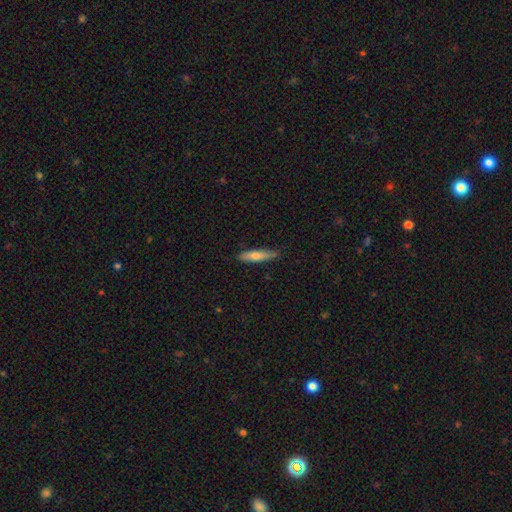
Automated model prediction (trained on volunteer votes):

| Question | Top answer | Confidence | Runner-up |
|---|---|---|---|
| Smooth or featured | smooth | 68% | featured or disk (26%) |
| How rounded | cigar-shaped | 78% | in between (20%) |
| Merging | none | 82% | minor disturbance (14%) |